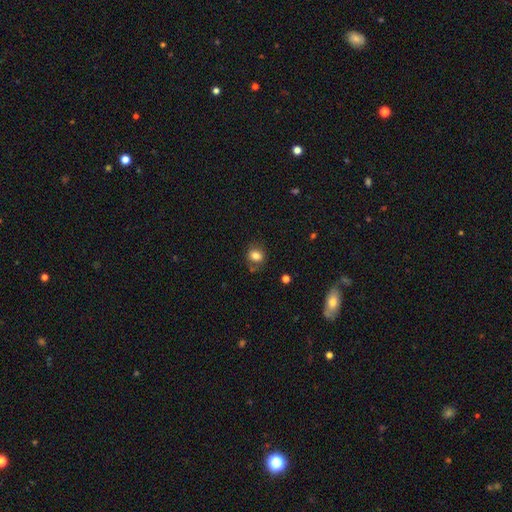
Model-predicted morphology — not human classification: A smooth galaxy with no disk features (81%) that is round (58%).

Vote fractions:
- Smooth or featured? smooth: 81% / star or artifact: 11% / featured or disk: 9%
- How rounded? round: 58% / in between: 41% / cigar-shaped: 1%
- Merging? none: 73% / minor disturbance: 16% / merger: 6% / major disturbance: 5%